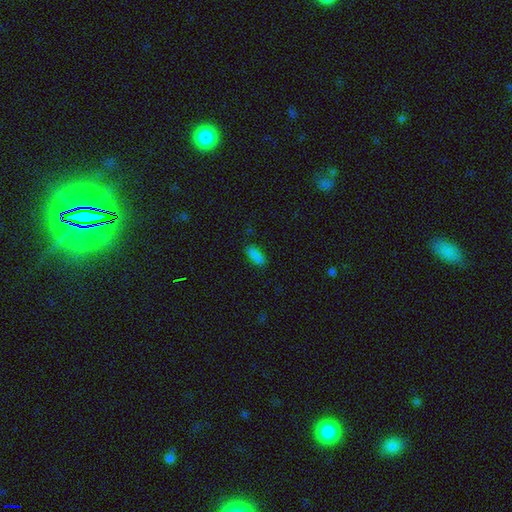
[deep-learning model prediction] This appears to be a smooth galaxy with no disk features (87%) that is in between round and cigar-shaped (81%). Merging: none (87%).